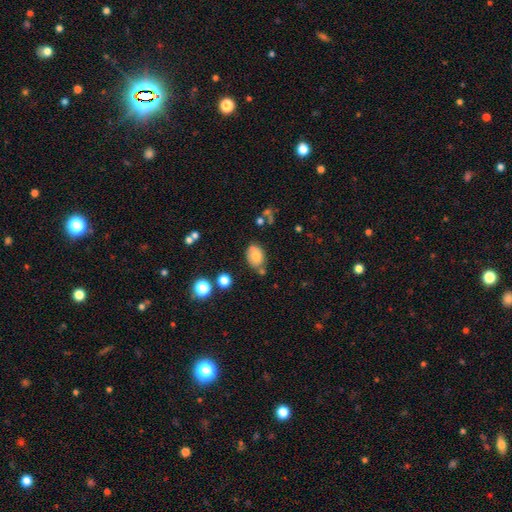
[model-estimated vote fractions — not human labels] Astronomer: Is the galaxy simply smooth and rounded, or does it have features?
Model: smooth — 71%.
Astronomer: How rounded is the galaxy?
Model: in between — 75%.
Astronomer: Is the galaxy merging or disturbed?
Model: none — 62%.